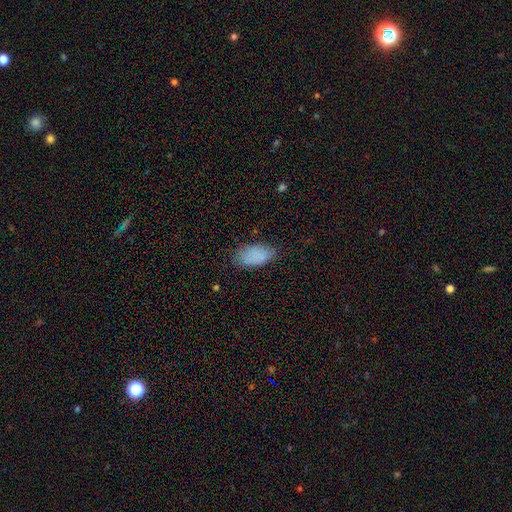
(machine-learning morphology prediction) Q: Smooth or featured?
A: smooth (85%); runner-up: star or artifact (8%)
Q: How rounded?
A: in between (94%); runner-up: round (3%)
Q: Merging?
A: none (74%); runner-up: minor disturbance (20%)